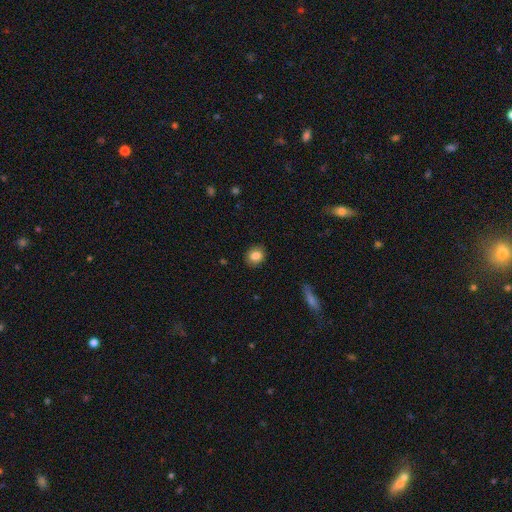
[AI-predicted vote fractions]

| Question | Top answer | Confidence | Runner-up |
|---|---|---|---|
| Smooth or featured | smooth | 85% | star or artifact (9%) |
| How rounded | round | 66% | in between (33%) |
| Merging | none | 89% | minor disturbance (8%) |